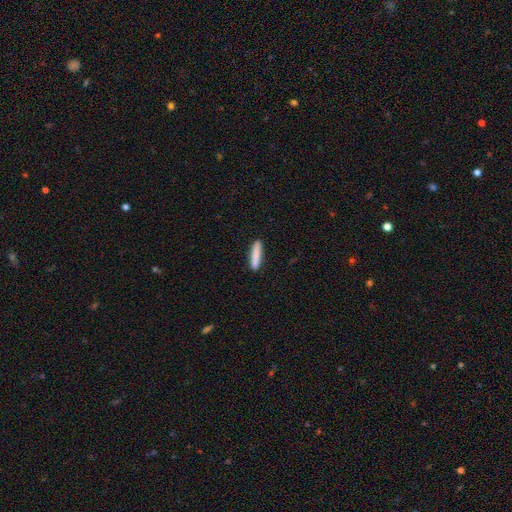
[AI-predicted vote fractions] Morphology: type=smooth (85%); roundness=cigar-shaped (88%); merging=none (90%).